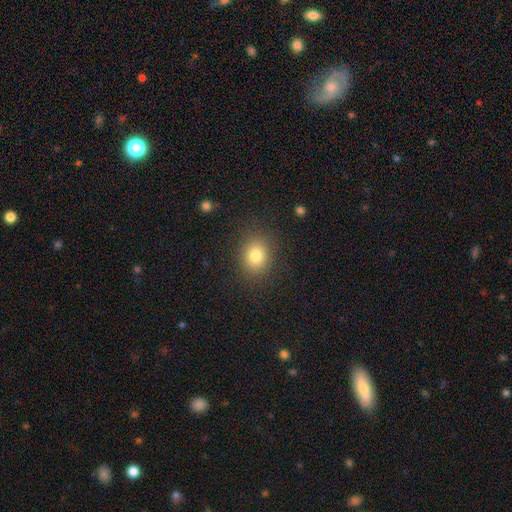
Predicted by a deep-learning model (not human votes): smooth_or_featured: smooth (p=0.81) [alt: star or artifact p=0.11]
how_rounded: round (p=0.60) [alt: in between p=0.39]
merging: none (p=0.86) [alt: minor disturbance p=0.09]